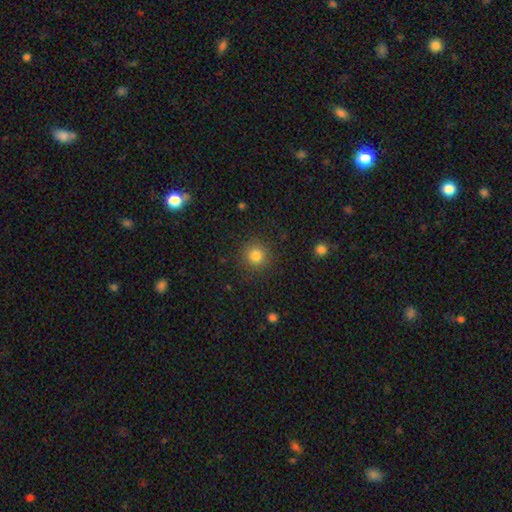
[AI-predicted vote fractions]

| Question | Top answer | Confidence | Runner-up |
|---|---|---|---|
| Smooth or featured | smooth | 82% | star or artifact (12%) |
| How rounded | round | 93% | in between (6%) |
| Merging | none | 89% | minor disturbance (7%) |